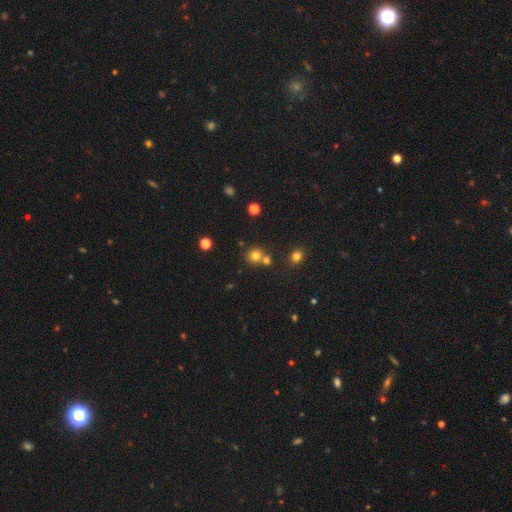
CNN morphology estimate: This is likely a smooth galaxy (74%). How rounded: clearly round (88%). Merging: likely none (63%).